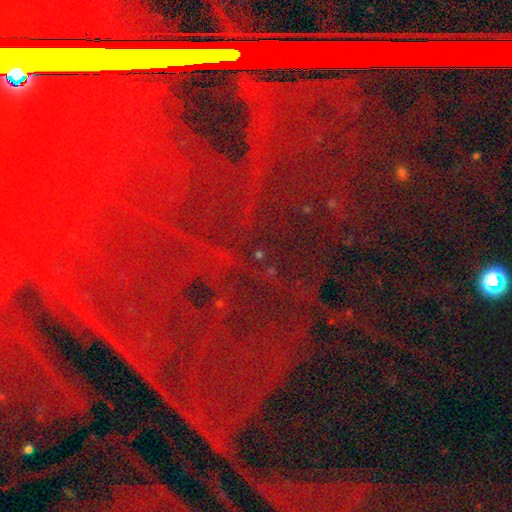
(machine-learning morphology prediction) A star or artifact, not a galaxy (86%).

Vote fractions:
- Smooth or featured? star or artifact: 86% / featured or disk: 7% / smooth: 6%